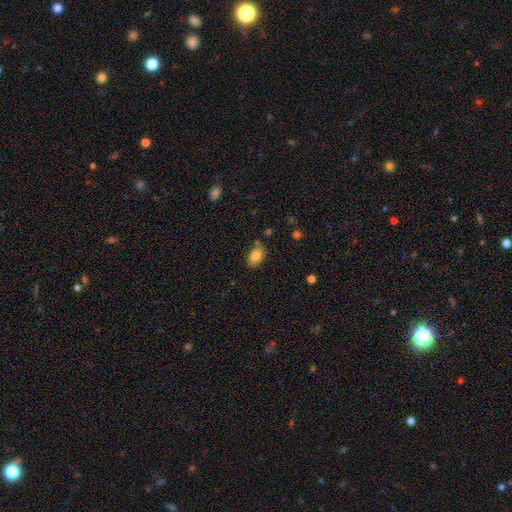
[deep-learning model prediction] Smooth or featured? Predicted: smooth (p=0.83). How rounded? Predicted: in between (p=0.88). Merging? Predicted: none (p=0.76).